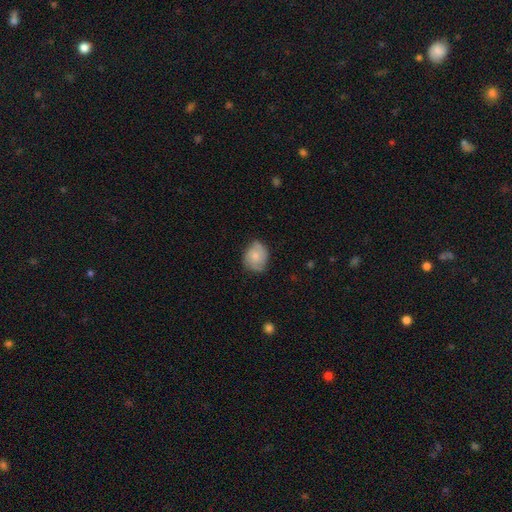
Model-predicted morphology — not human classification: A smooth galaxy with no disk features (48%).

Vote fractions:
- Smooth or featured? smooth: 48% / featured or disk: 45% / star or artifact: 7%
- Merging? none: 69% / minor disturbance: 24% / major disturbance: 6% / merger: 1%